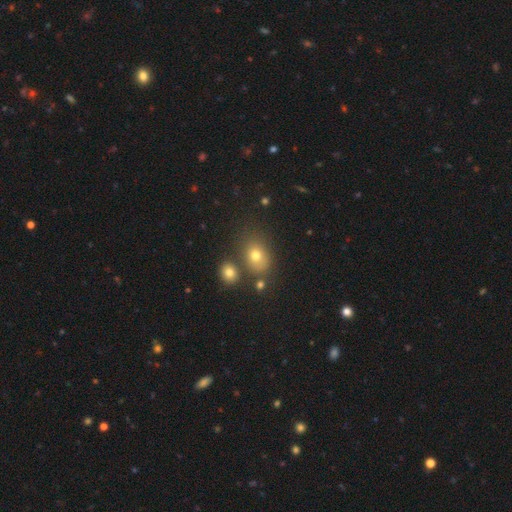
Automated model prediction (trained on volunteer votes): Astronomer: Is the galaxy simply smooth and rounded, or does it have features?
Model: smooth — 62%.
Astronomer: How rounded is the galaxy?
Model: round — 51% (runner-up: in between, 47%).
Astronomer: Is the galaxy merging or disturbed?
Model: none — 64%.